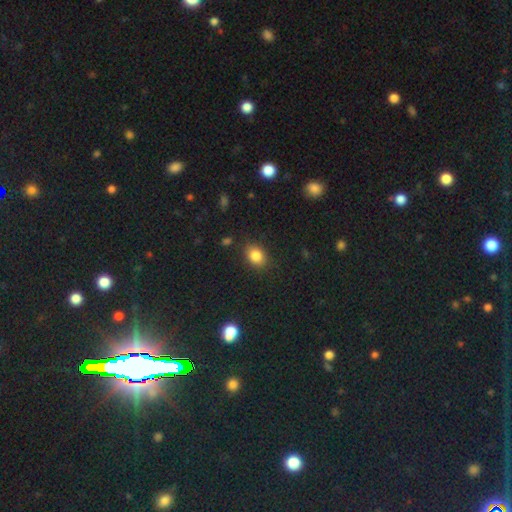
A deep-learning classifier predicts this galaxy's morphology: A smooth galaxy with no disk features (84%) that is in between round and cigar-shaped (65%).

Vote fractions:
- Smooth or featured? smooth: 84% / star or artifact: 10% / featured or disk: 6%
- How rounded? in between: 65% / round: 34% / cigar-shaped: 1%
- Merging? none: 84% / minor disturbance: 11% / major disturbance: 3% / merger: 2%